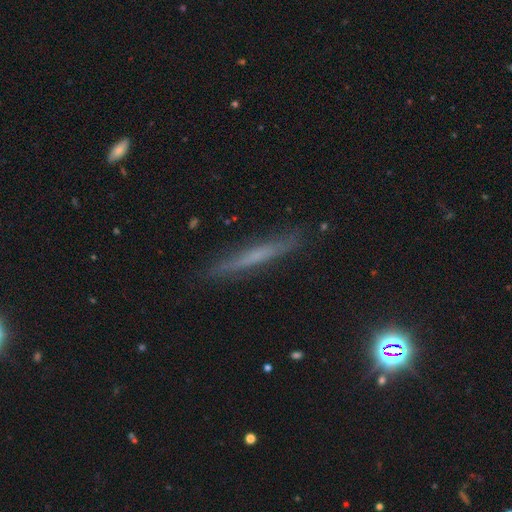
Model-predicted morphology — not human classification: smooth-or-featured: featured or disk: 47% | smooth: 43% | star or artifact: 10%
  merging: none: 87% | minor disturbance: 9% | major disturbance: 2% | merger: 1%